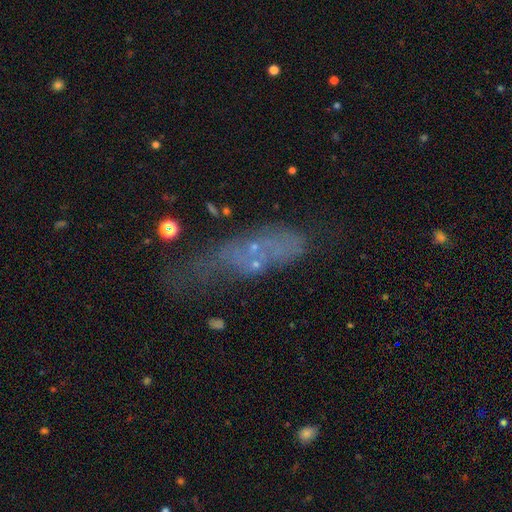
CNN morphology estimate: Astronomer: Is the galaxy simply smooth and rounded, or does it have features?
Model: featured or disk — 40%, tied with smooth at 40%.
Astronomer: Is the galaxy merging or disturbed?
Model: none — 31%, tied with major disturbance at 31%.